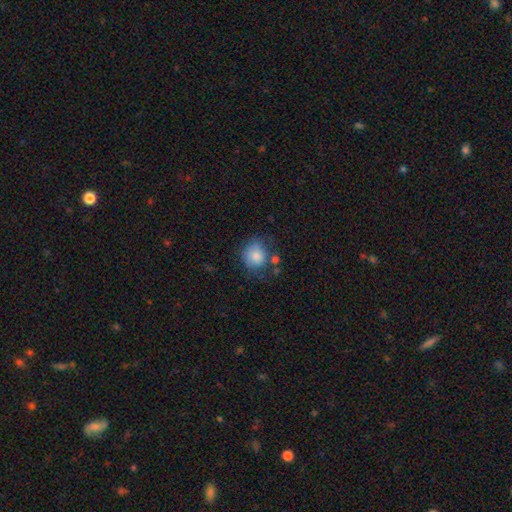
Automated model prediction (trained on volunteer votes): smooth-or-featured: smooth: 81% | featured or disk: 10% | star or artifact: 9%
  how-rounded: round: 74% | in between: 25% | cigar-shaped: 1%
  merging: none: 57% | minor disturbance: 25% | major disturbance: 10% | merger: 8%